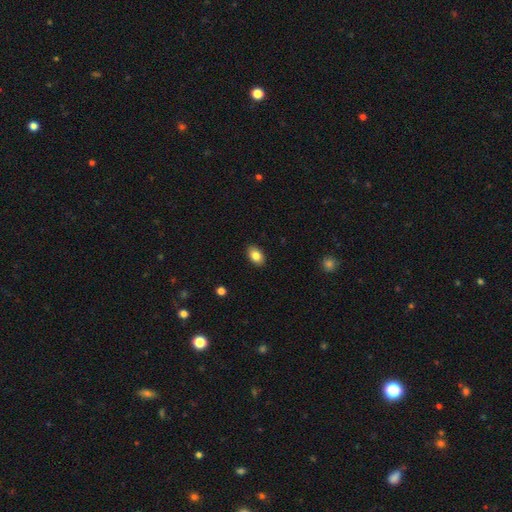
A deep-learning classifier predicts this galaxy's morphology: smooth_or_featured: smooth (p=0.84) [alt: featured or disk p=0.09]
how_rounded: in between (p=0.89) [alt: round p=0.10]
merging: none (p=0.89) [alt: minor disturbance p=0.08]